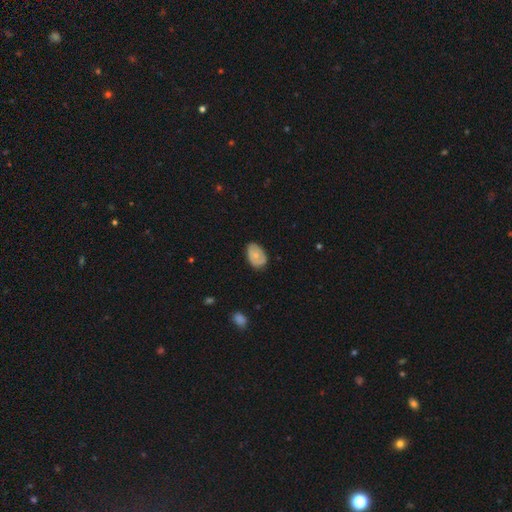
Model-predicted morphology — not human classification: The model was most divided on "smooth or featured": smooth: 62%, featured or disk: 31%, star or artifact: 7%. More confident: how rounded — in between (85%); merging — none (69%).